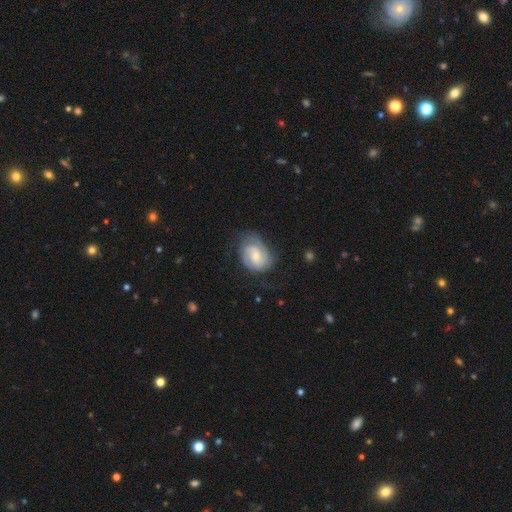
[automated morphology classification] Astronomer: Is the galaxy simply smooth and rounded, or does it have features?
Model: featured or disk — 81%.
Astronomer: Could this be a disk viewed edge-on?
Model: no — 98%.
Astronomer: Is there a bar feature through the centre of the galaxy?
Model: no — 52% (runner-up: weak, 40%).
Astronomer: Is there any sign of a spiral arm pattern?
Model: yes — 96%.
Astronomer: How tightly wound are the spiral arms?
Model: tight — 57% (runner-up: medium, 35%).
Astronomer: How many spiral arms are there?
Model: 2 — 61%.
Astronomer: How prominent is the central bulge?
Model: small — 47% (runner-up: moderate, 42%).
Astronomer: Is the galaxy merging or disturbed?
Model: none — 67%.